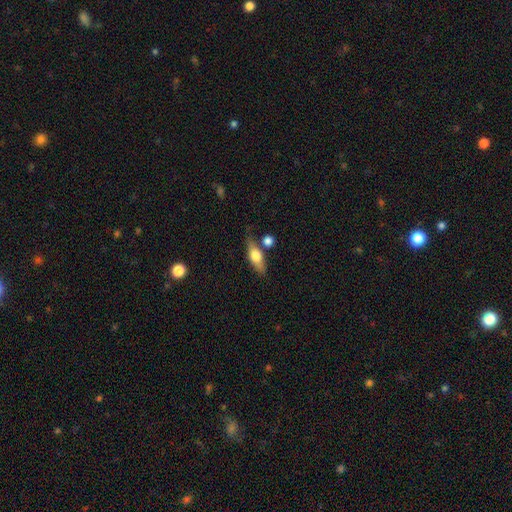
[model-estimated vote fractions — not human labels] Smooth or featured?
  - smooth: 54% *
  - featured or disk: 39%
  - star or artifact: 7%
How rounded?
  - in between: 56% *
  - cigar-shaped: 38%
  - round: 6%
Merging?
  - none: 66% *
  - minor disturbance: 17%
  - merger: 12%
  - major disturbance: 5%